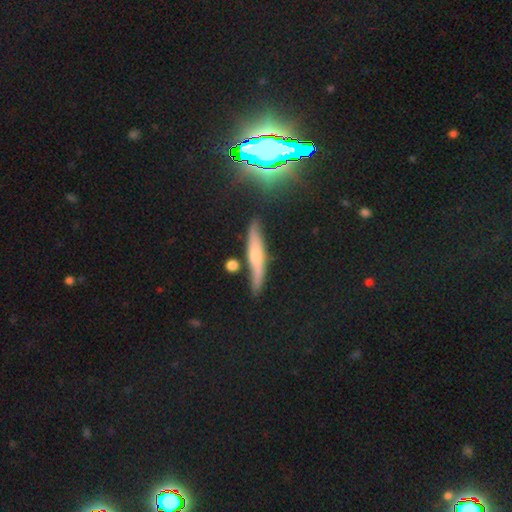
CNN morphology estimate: A featured or disk galaxy (45%). Merging: none (72%).